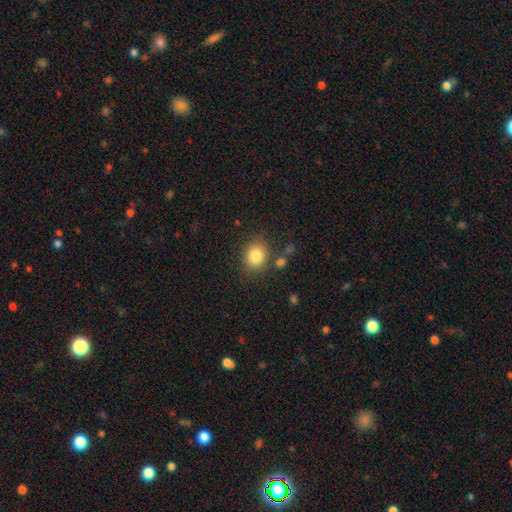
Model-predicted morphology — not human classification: Overall: smooth (83%). How rounded: round (66%; in between 33%). Merging: none (79%).